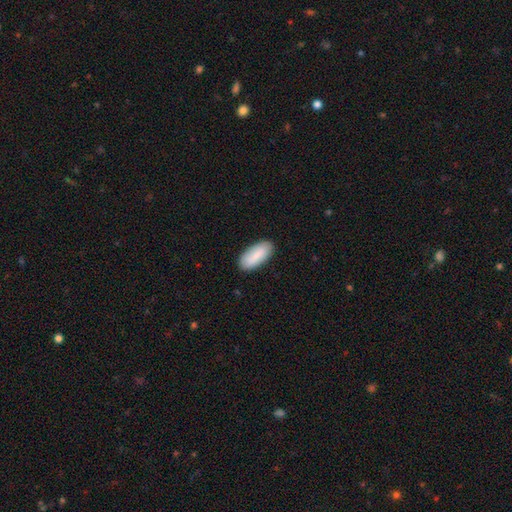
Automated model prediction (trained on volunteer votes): This appears to be a smooth galaxy with no disk features (84%) that is in between round and cigar-shaped (87%). Merging: none (87%).